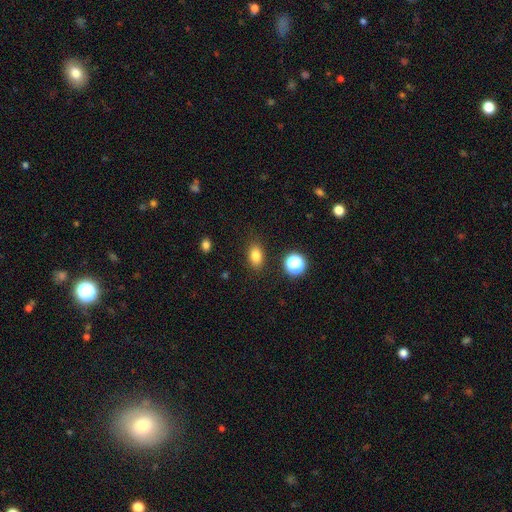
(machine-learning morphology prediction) A smooth galaxy with no disk features (81%) that is in between round and cigar-shaped (80%). Merging: none (86%).